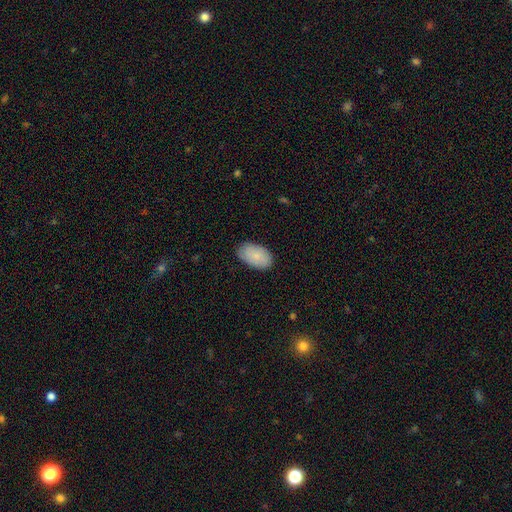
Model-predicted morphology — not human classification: smooth 84%, featured or disk 10%, star or artifact 6%. Down the decision tree: how rounded — in between (94%); merging — none (84%).